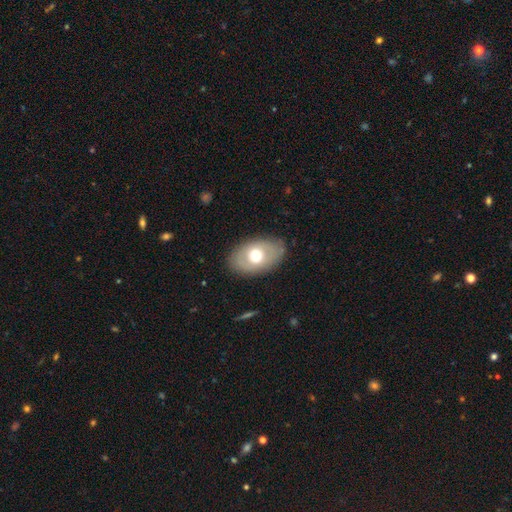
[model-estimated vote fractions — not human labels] Morphology: type=smooth (60%); roundness=in between (86%); merging=none (83%).